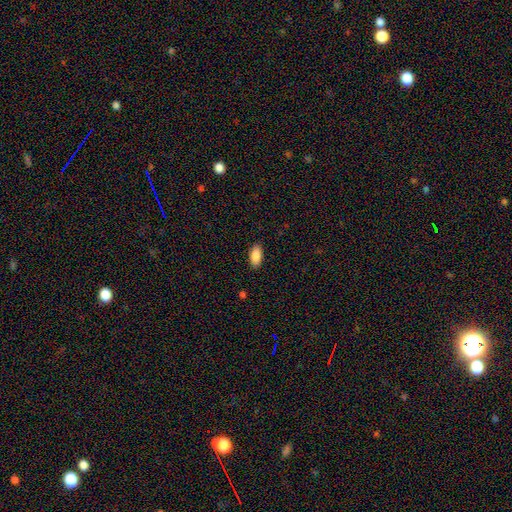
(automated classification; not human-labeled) A smooth galaxy with no disk features (88%) that is in between round and cigar-shaped (92%). Merging: none (89%).